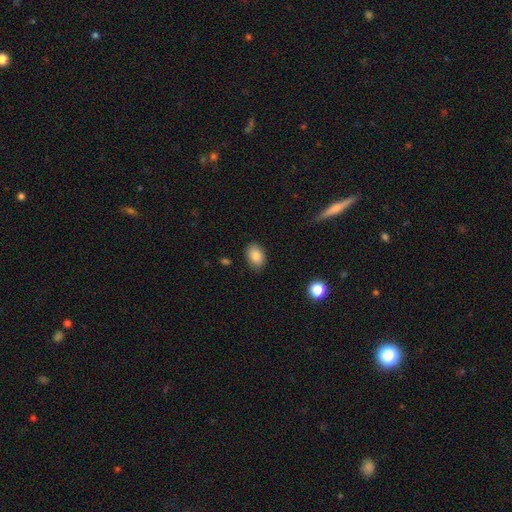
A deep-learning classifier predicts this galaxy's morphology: The model was most divided on "how rounded": in between: 83%, round: 16%, cigar-shaped: 1%. More confident: smooth or featured — smooth (87%); merging — none (84%).